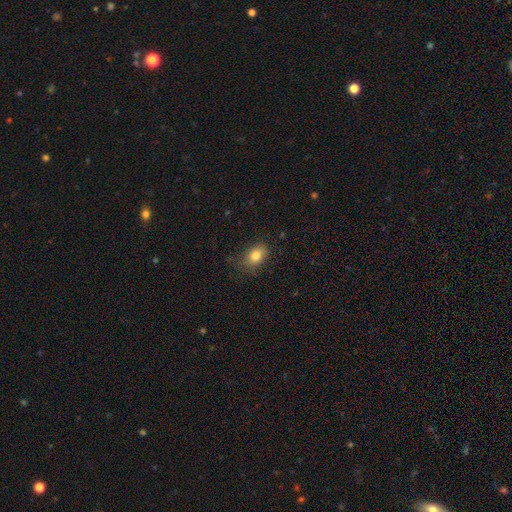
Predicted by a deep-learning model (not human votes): This appears to be a smooth galaxy with no disk features (80%) that is in between round and cigar-shaped (75%). Merging: none (72%).